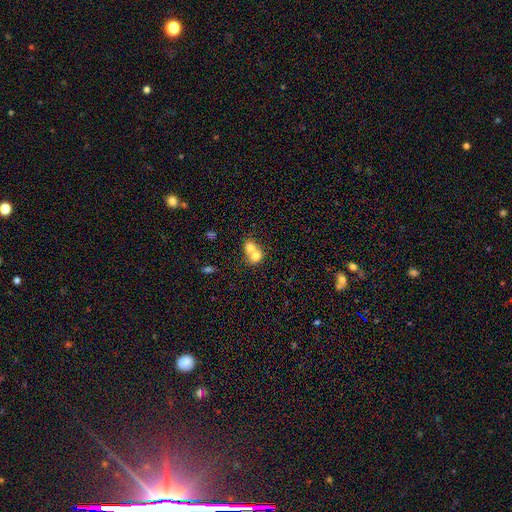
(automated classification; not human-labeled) This appears to be a smooth galaxy with no disk features (71%) that is round (61%). Merging: merger (73%).